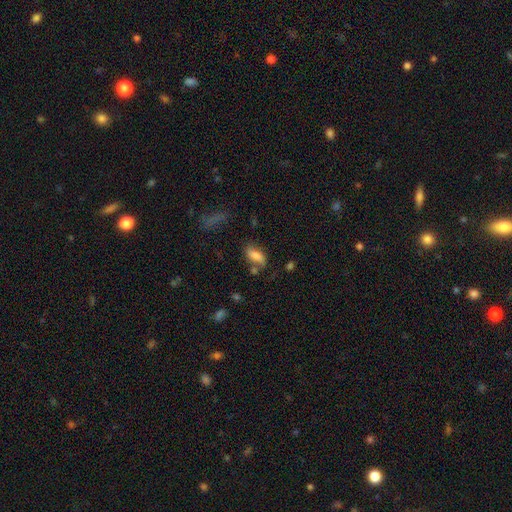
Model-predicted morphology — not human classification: smooth_or_featured: smooth (p=0.76) [alt: featured or disk p=0.15]
how_rounded: in between (p=0.81) [alt: cigar-shaped p=0.15]
merging: none (p=0.58) [alt: minor disturbance p=0.23]